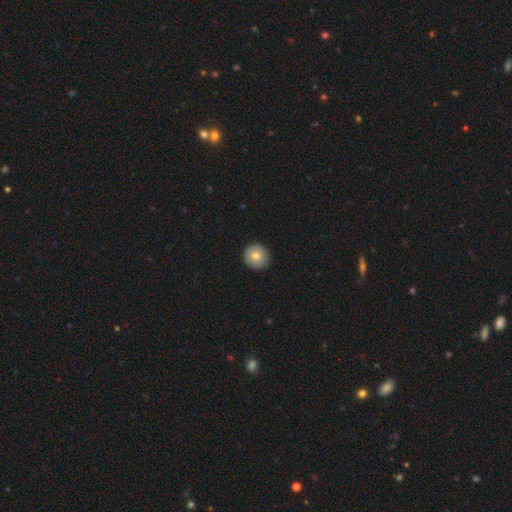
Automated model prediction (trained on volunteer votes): This is likely a smooth galaxy (77%). How rounded: clearly round (95%). Merging: clearly none (92%).